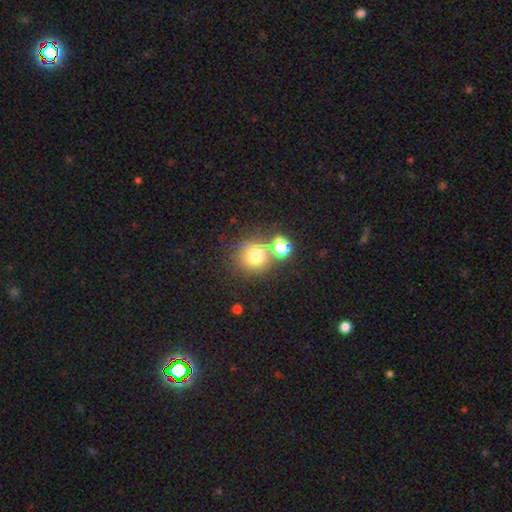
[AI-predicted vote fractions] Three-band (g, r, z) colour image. It shows a smooth galaxy with no disk features (69%) that is round (90%). Merging: none (59%).